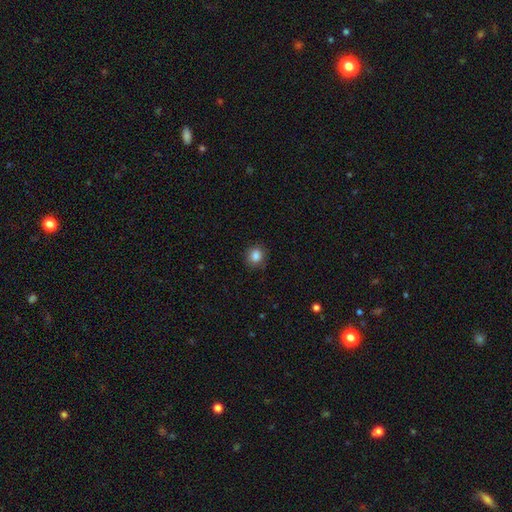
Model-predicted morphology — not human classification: Smooth or featured? Predicted: smooth (p=0.85). How rounded? Predicted: round (p=0.77). Merging? Predicted: none (p=0.86).